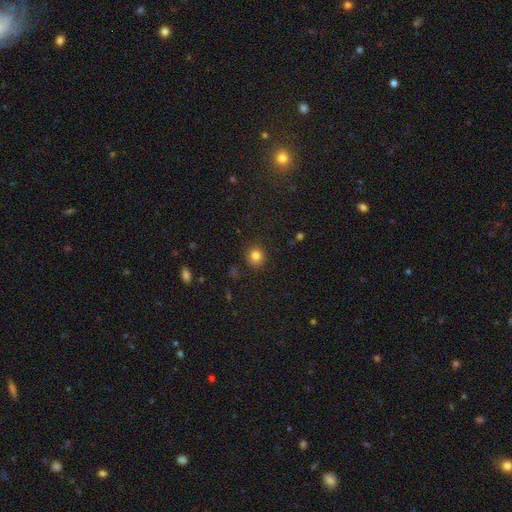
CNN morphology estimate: Smooth or featured?
  - smooth: 82% *
  - star or artifact: 12%
  - featured or disk: 6%
How rounded?
  - round: 84% *
  - in between: 15%
  - cigar-shaped: 1%
Merging?
  - none: 86% *
  - minor disturbance: 10%
  - major disturbance: 3%
  - merger: 1%